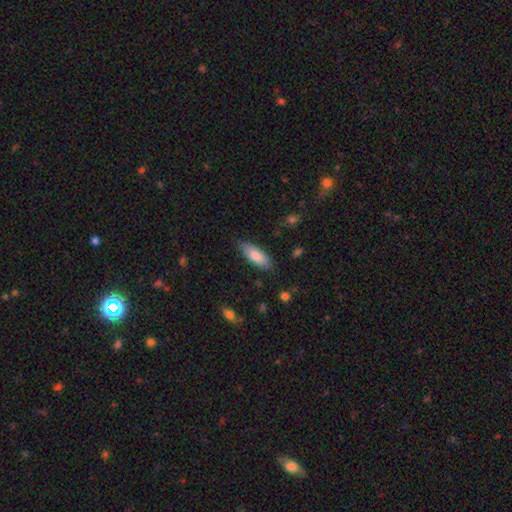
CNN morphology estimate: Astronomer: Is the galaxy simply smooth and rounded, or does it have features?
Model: smooth — 82%.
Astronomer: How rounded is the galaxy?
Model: in between — 71%.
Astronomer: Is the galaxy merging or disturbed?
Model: none — 84%.